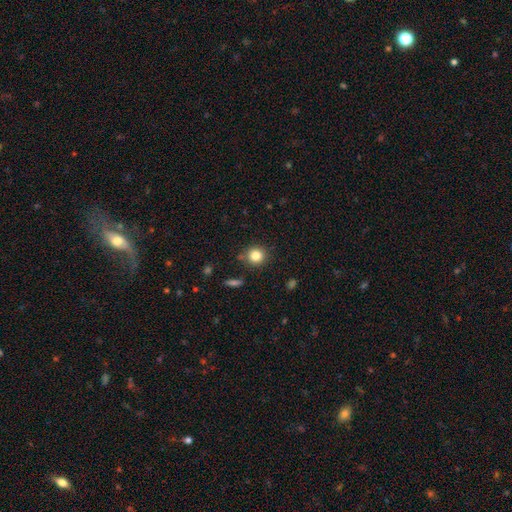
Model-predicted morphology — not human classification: A smooth galaxy with no disk features (82%) that is round (91%).

Vote fractions:
- Smooth or featured? smooth: 82% / star or artifact: 11% / featured or disk: 6%
- How rounded? round: 91% / in between: 8% / cigar-shaped: 1%
- Merging? none: 84% / minor disturbance: 9% / merger: 4% / major disturbance: 3%